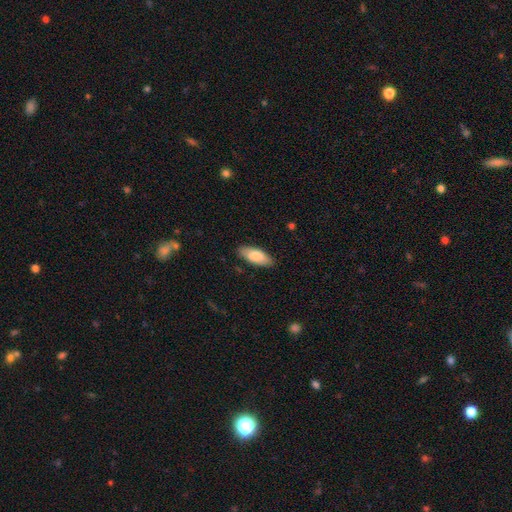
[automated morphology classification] This is clearly a smooth galaxy (80%). How rounded: clearly in between (81%). Merging: clearly none (86%).